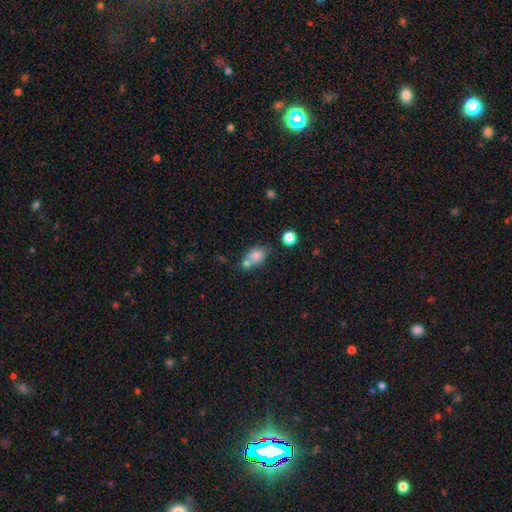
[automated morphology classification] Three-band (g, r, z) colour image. It shows a smooth galaxy with no disk features (78%) that is in between round and cigar-shaped (74%). Merging: none (45%).